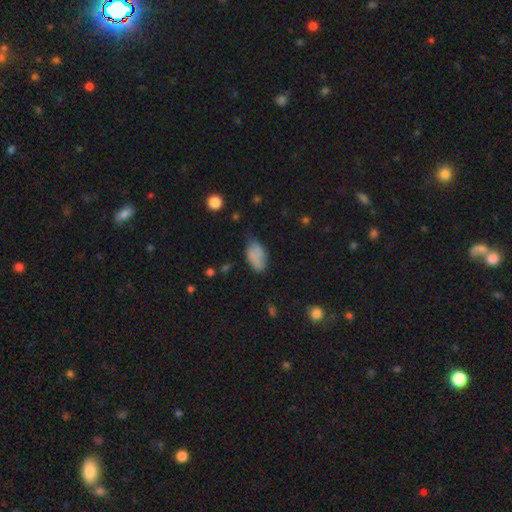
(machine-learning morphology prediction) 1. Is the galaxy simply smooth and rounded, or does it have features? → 81% smooth, 10% featured or disk, 9% star or artifact.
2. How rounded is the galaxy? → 94% in between, 4% round, 2% cigar-shaped.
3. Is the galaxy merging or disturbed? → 56% none, 32% minor disturbance, 9% major disturbance, 3% merger.